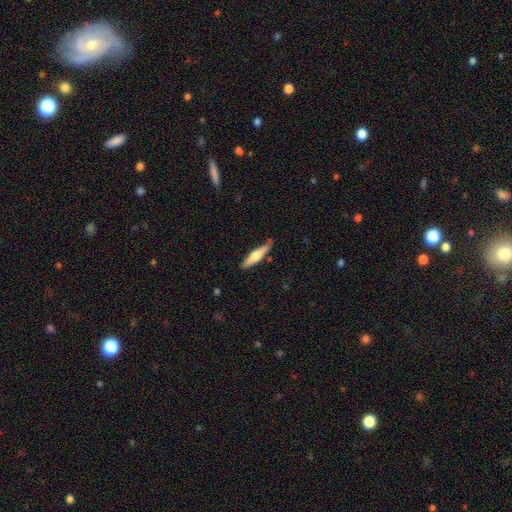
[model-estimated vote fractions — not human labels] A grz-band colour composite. It shows a smooth galaxy with no disk features (50%) that is cigar-shaped (82%). Merging: none (80%).